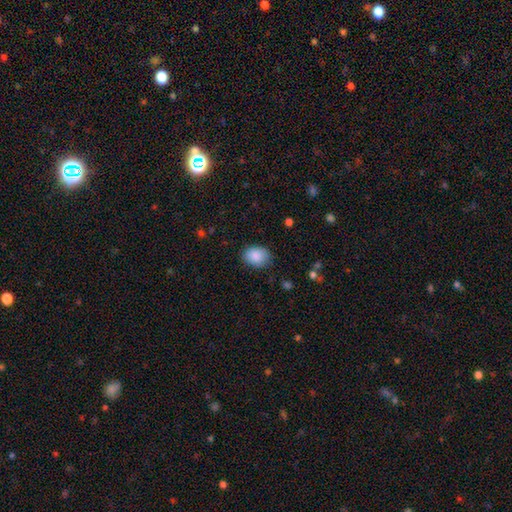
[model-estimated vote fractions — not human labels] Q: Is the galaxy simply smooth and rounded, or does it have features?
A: smooth — 88%.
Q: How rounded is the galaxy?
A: in between — 62%.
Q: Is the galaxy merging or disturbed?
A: none — 81%.